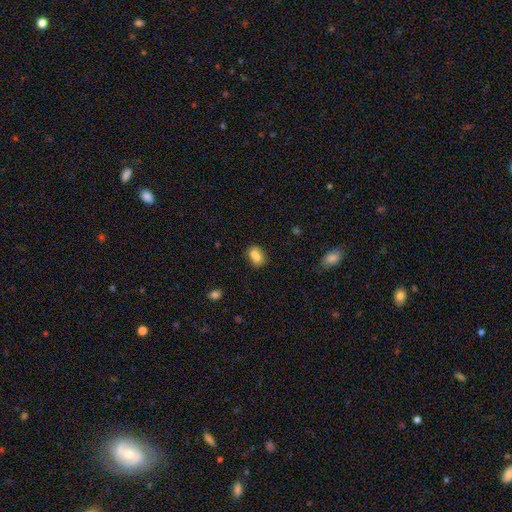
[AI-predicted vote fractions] smooth-or-featured: smooth: 74% | featured or disk: 16% | star or artifact: 10%
  how-rounded: in between: 60% | round: 38% | cigar-shaped: 2%
  merging: merger: 49% | none: 37% | minor disturbance: 11% | major disturbance: 4%